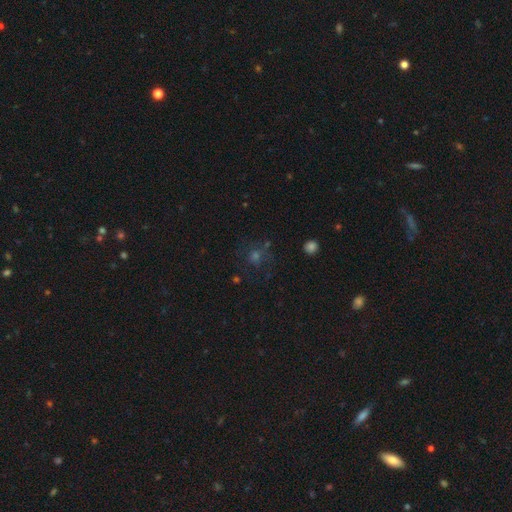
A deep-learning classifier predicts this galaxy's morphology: Smooth or featured: smooth — 40% (star or artifact — 38%)
Merging: none — 68% (minor disturbance — 15%)